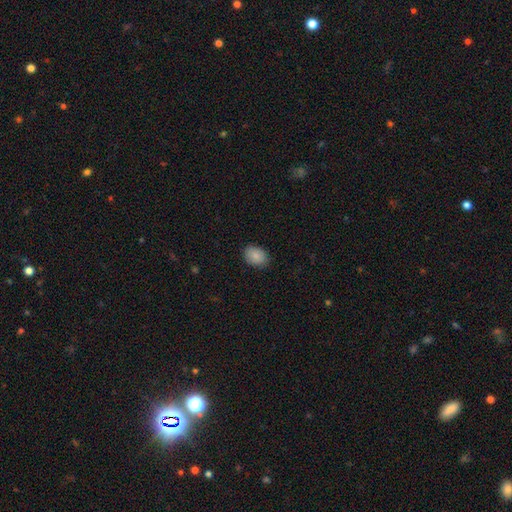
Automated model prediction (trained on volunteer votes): A smooth galaxy with no disk features (88%) that is in between round and cigar-shaped (71%).

Vote fractions:
- Smooth or featured? smooth: 88% / star or artifact: 7% / featured or disk: 5%
- How rounded? in between: 71% / round: 28% / cigar-shaped: 1%
- Merging? none: 86% / minor disturbance: 11% / major disturbance: 2% / merger: 1%